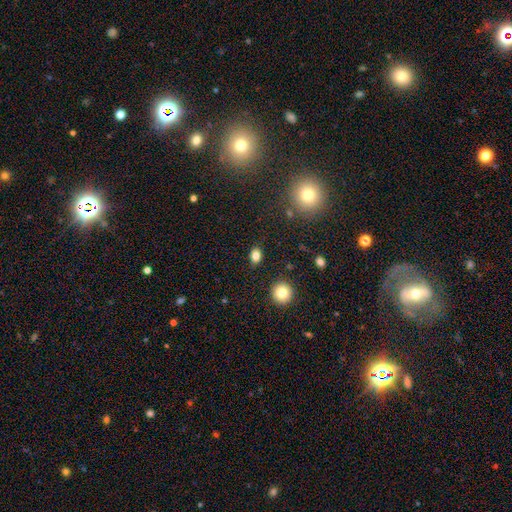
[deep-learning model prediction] A smooth galaxy with no disk features (82%) that is in between round and cigar-shaped (69%). Merging: none (86%).